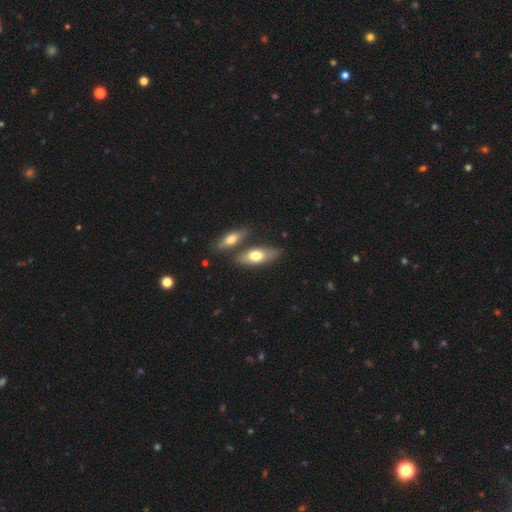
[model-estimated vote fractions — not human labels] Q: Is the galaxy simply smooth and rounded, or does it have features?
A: smooth — 65%.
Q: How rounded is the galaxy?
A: in between — 72%.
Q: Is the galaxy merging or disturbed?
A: none — 66%.